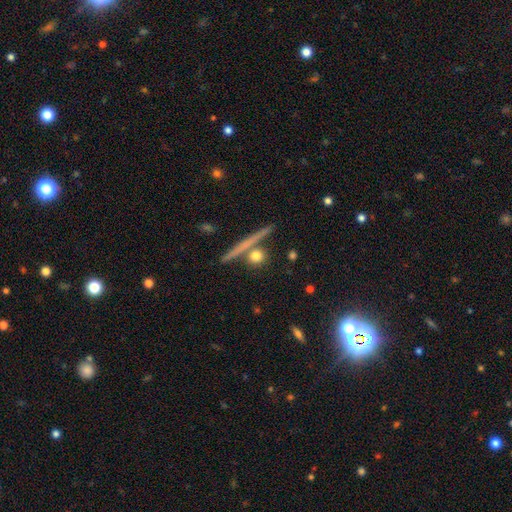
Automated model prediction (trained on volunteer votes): A smooth galaxy with no disk features (69%) that is round (73%).

Vote fractions:
- Smooth or featured? smooth: 69% / featured or disk: 22% / star or artifact: 10%
- How rounded? round: 73% / cigar-shaped: 18% / in between: 9%
- Merging? none: 72% / merger: 16% / minor disturbance: 8% / major disturbance: 4%